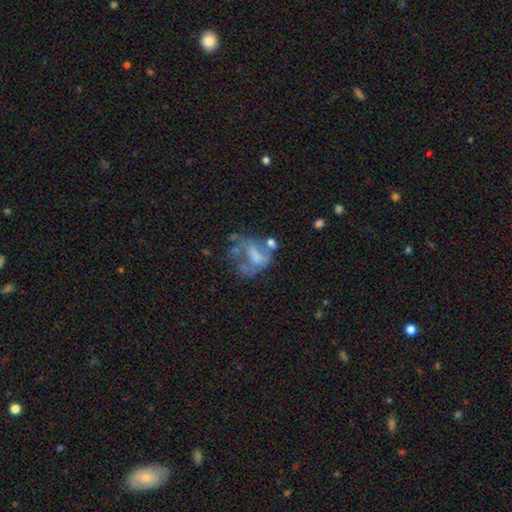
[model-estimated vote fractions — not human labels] A featured or disk galaxy (54%) with no bar (63%), no spiral arms (81%) and no central bulge (49%). Merging: major disturbance (37%).